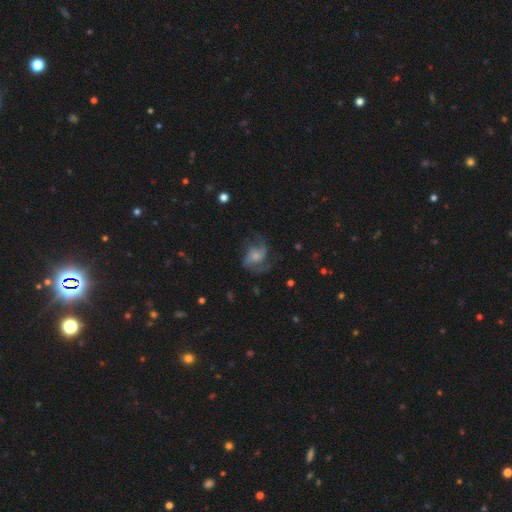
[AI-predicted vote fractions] A featured or disk galaxy (72%) with no bar (65%), 2 (58%) medium (48%) spiral arms (90%) and a small central bulge (48%).

Vote fractions:
- Smooth or featured? featured or disk: 72% / smooth: 20% / star or artifact: 8%
- Edge-on disk? no: 98% / yes: 2%
- Bar? no: 65% / weak: 29% / strong: 6%
- Spiral arms? yes: 90% / no: 10%
- Spiral winding? medium: 48% / loose: 37% / tight: 15%
- Spiral arm count? 2: 58% / 3: 18% / can't tell: 12% / 1: 6% / 4: 4% / more than 4: 3%
- Bulge size? small: 48% / moderate: 30% / none: 12% / large: 8% / dominant: 2%
- Merging? none: 54% / major disturbance: 24% / minor disturbance: 20% / merger: 2%